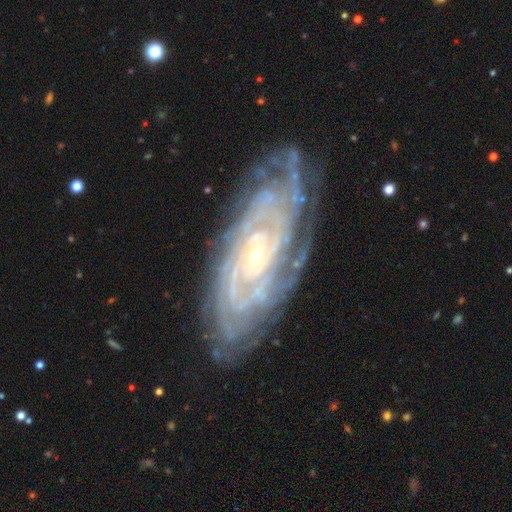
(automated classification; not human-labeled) smooth_or_featured: featured or disk (p=0.89) [alt: star or artifact p=0.05]
disk_edge_on: no (p=0.93) [alt: yes p=0.07]
bar: no (p=0.63) [alt: weak p=0.26]
has_spiral_arms: yes (p=0.97) [alt: no p=0.03]
spiral_winding: tight (p=0.82) [alt: medium p=0.15]
spiral_arm_count: can't tell (p=0.31) [alt: more than 4 p=0.23]
bulge_size: small (p=0.81) [alt: moderate p=0.15]
merging: none (p=0.78) [alt: minor disturbance p=0.16]